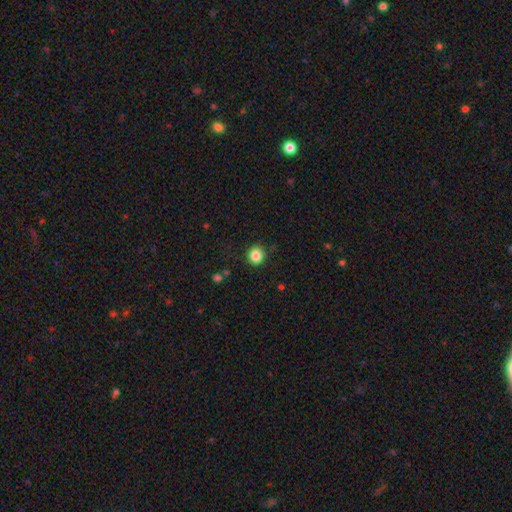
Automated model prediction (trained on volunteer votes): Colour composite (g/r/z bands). It shows a smooth galaxy with no disk features (85%) that is round (84%). Merging: none (86%).